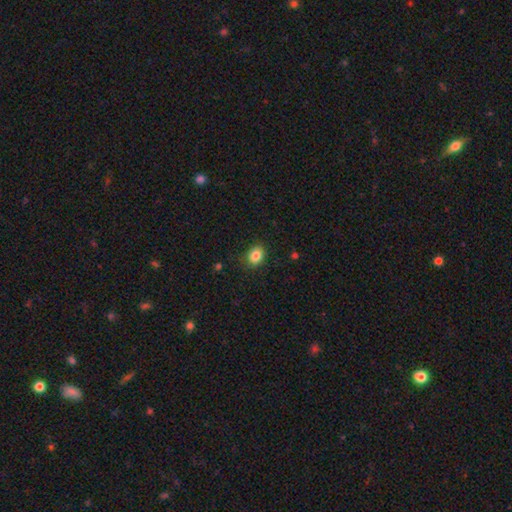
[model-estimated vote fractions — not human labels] A smooth galaxy with no disk features (84%) that is in between round and cigar-shaped (53%). Merging: none (85%).